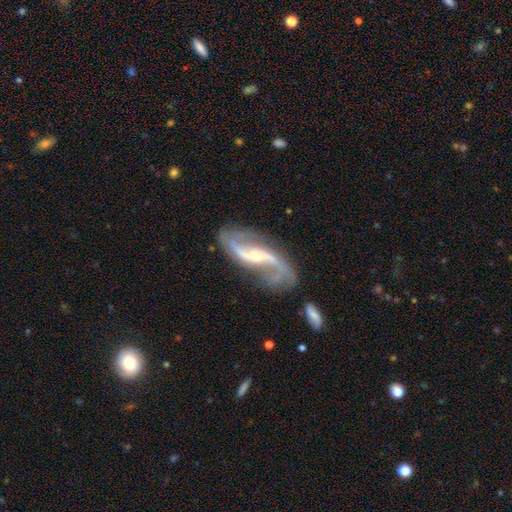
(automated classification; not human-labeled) featured or disk 92%, star or artifact 5%, smooth 4%. Down the decision tree: edge-on disk — no (96%); bar — no (35%); spiral arms — yes (97%); spiral arm count — 2 (93%); spiral winding — loose (75%); bulge size — small (55%); merging — none (66%).